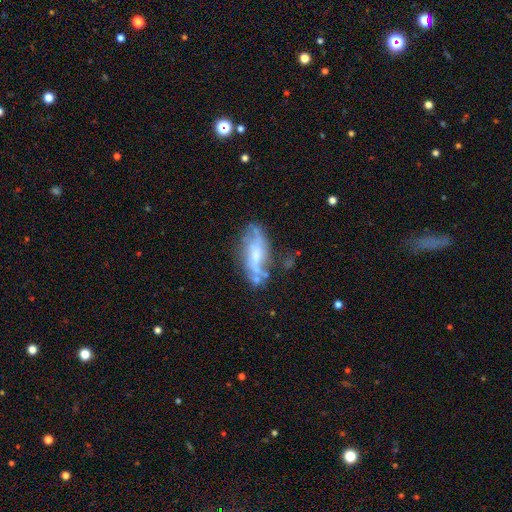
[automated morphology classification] This appears to be a featured or disk galaxy (63%) with no bar (47%), spiral arms (65%) and a moderate central bulge (41%, tied with small). Merging: none (53%).